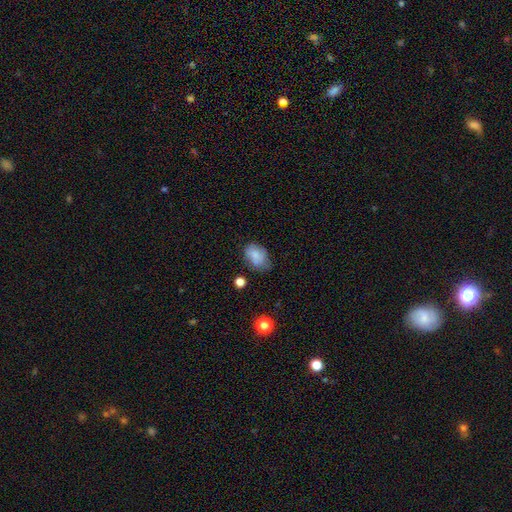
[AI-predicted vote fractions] A smooth galaxy with no disk features (76%) that is in between round and cigar-shaped (76%). Merging: none (55%).